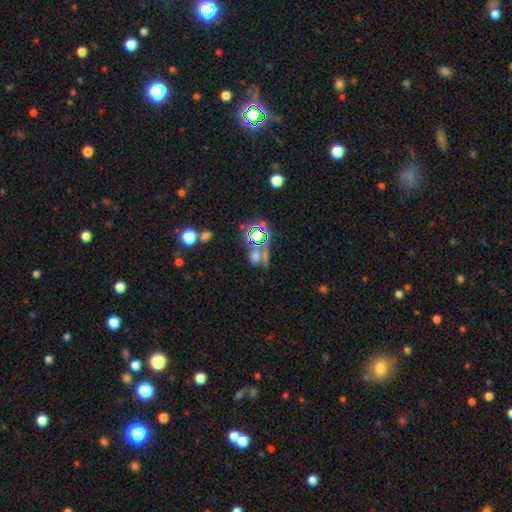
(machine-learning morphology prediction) type=star or artifact (45%).